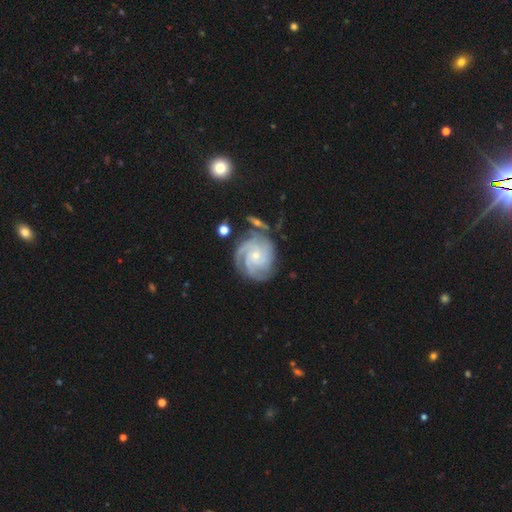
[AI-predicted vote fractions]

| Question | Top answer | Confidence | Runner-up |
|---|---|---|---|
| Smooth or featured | featured or disk | 89% | smooth (6%) |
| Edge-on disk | no | 98% | yes (2%) |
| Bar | no | 75% | weak (21%) |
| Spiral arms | yes | 98% | no (2%) |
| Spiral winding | tight | 71% | medium (25%) |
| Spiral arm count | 3 | 38% | 4 (29%) |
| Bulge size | small | 75% | moderate (21%) |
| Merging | none | 68% | minor disturbance (18%) |